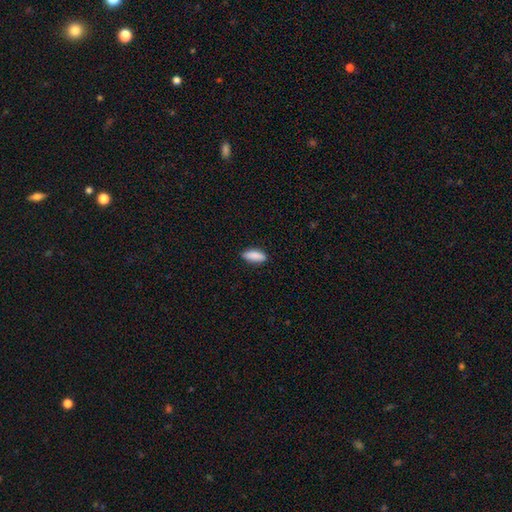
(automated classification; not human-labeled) Smooth or featured? smooth (88%)
How rounded? in between (72%)
Merging? none (87%)